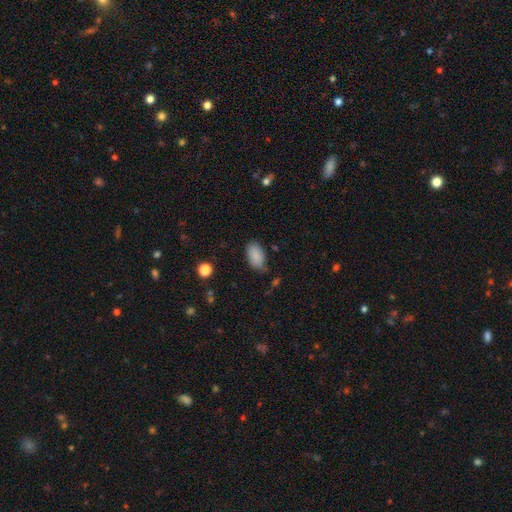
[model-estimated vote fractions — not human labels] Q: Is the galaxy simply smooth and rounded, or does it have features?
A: smooth — 88%.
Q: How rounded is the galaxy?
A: in between — 94%.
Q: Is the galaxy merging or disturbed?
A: none — 75%.